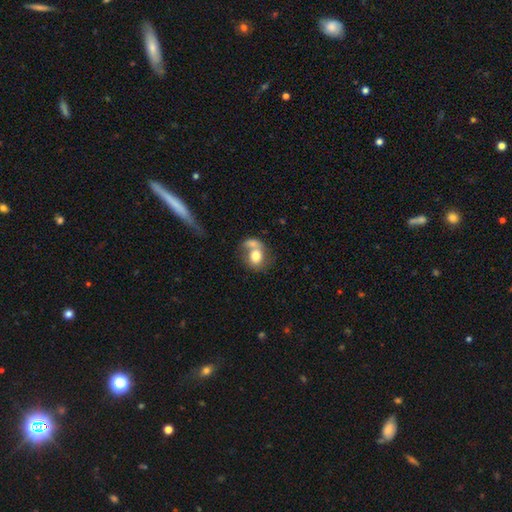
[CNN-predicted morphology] type=smooth (69%); roundness=round (52%); merging=merger (52%).